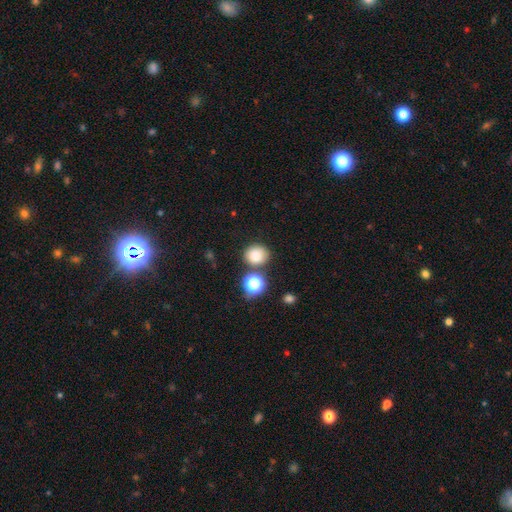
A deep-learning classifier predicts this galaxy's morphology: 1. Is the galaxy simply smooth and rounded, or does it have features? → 79% smooth, 14% star or artifact, 7% featured or disk.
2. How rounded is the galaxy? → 77% round, 22% in between, 1% cigar-shaped.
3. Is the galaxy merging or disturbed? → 76% none, 11% merger, 10% minor disturbance, 3% major disturbance.